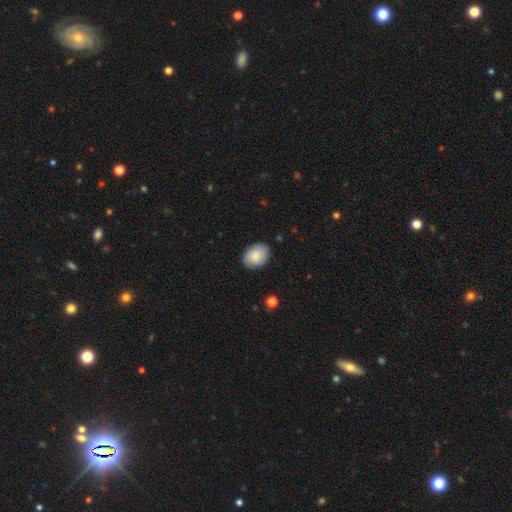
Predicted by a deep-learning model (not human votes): This appears to be a smooth galaxy with no disk features (82%) that is in between round and cigar-shaped (64%). Merging: none (85%).